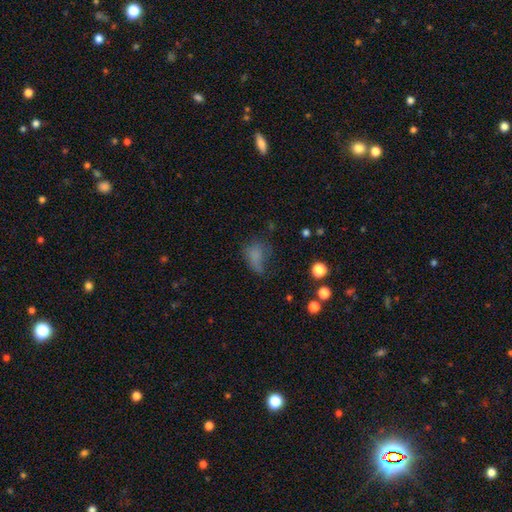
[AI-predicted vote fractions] smooth 70%, star or artifact 16%, featured or disk 14%. Down the decision tree: how rounded — in between (77%); merging — none (34%).